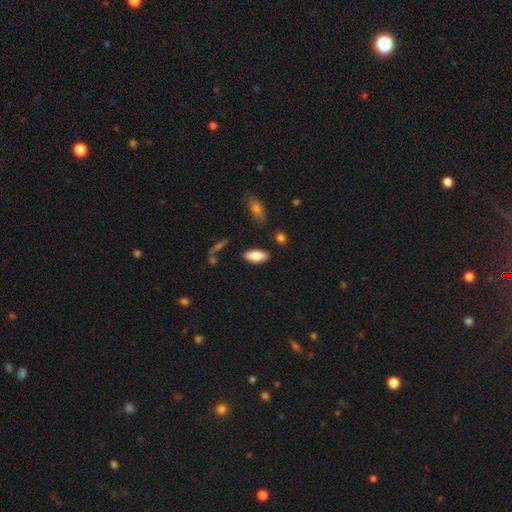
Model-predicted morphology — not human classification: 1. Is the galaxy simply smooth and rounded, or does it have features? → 81% smooth, 13% featured or disk, 7% star or artifact.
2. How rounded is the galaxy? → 88% in between, 9% cigar-shaped, 2% round.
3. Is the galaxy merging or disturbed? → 85% none, 10% minor disturbance, 3% merger, 2% major disturbance.